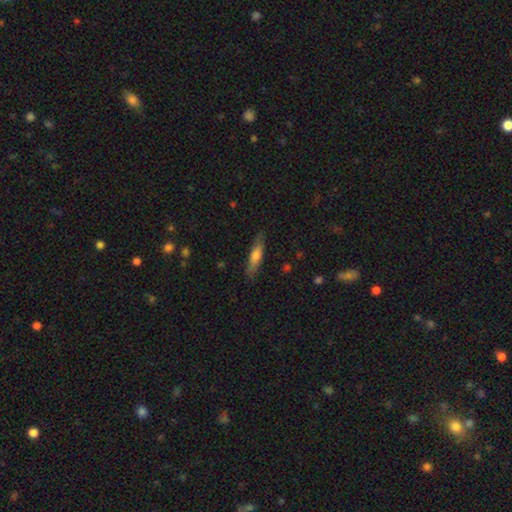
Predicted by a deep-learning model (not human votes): Smooth or featured?
  - smooth: 60% *
  - featured or disk: 33%
  - star or artifact: 6%
How rounded?
  - cigar-shaped: 76% *
  - in between: 23%
  - round: 2%
Merging?
  - none: 85% *
  - minor disturbance: 11%
  - major disturbance: 2%
  - merger: 1%